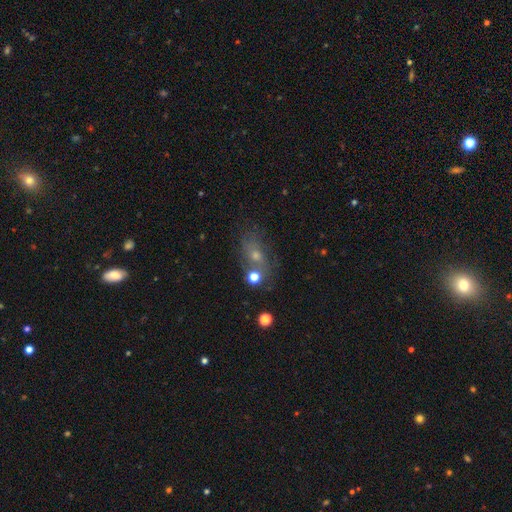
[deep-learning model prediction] A smooth galaxy with no disk features (47%).

Vote fractions:
- Smooth or featured? smooth: 47% / featured or disk: 31% / star or artifact: 23%
- Merging? none: 55% / minor disturbance: 20% / merger: 14% / major disturbance: 12%